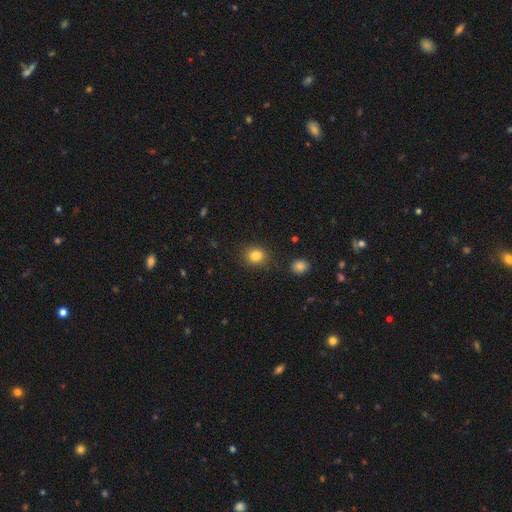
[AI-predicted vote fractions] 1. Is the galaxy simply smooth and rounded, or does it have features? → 83% smooth, 11% star or artifact, 6% featured or disk.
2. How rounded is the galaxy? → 71% round, 28% in between, 1% cigar-shaped.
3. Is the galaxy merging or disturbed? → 84% none, 10% minor disturbance, 3% major disturbance, 3% merger.